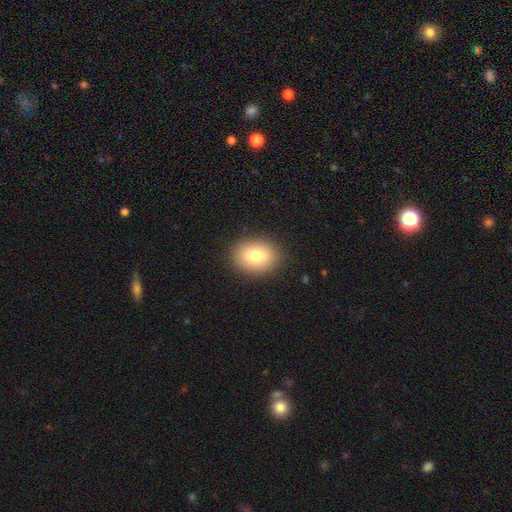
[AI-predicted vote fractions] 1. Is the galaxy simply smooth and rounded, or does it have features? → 81% smooth, 10% featured or disk, 9% star or artifact.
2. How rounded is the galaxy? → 69% in between, 30% round, 1% cigar-shaped.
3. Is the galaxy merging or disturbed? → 89% none, 8% minor disturbance, 2% major disturbance, 1% merger.